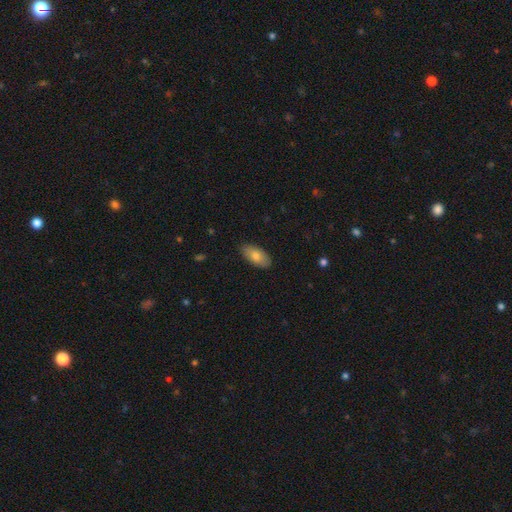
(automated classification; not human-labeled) A smooth galaxy with no disk features (79%) that is in between round and cigar-shaped (93%). Merging: none (87%).